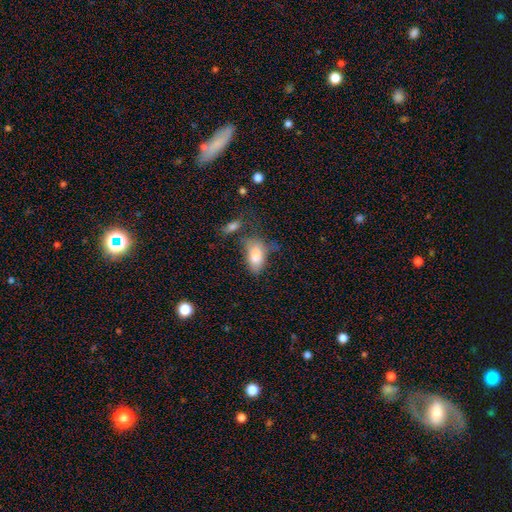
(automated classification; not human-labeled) Smooth or featured: smooth — 81% (featured or disk — 11%)
How rounded: in between — 93% (round — 4%)
Merging: none — 36% (minor disturbance — 30%)